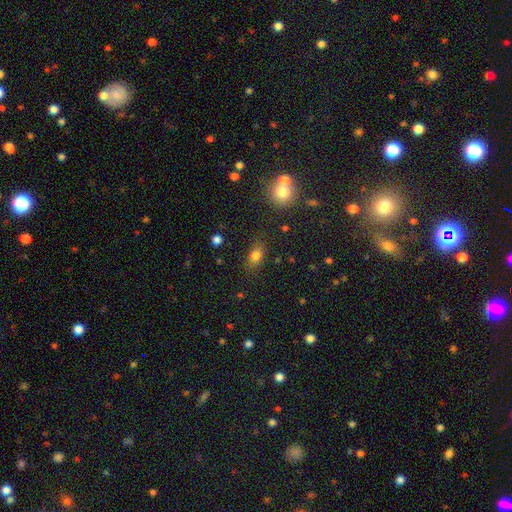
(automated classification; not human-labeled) smooth-or-featured: smooth: 79% | star or artifact: 12% | featured or disk: 9%
  how-rounded: in between: 80% | round: 16% | cigar-shaped: 4%
  merging: none: 79% | minor disturbance: 14% | major disturbance: 4% | merger: 3%